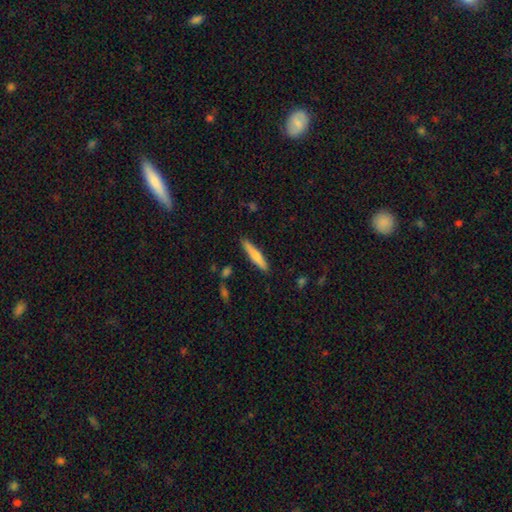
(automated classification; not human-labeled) smooth-or-featured: smooth: 65% | featured or disk: 29% | star or artifact: 6%
  how-rounded: cigar-shaped: 88% | in between: 10% | round: 2%
  merging: none: 88% | minor disturbance: 8% | merger: 2% | major disturbance: 2%